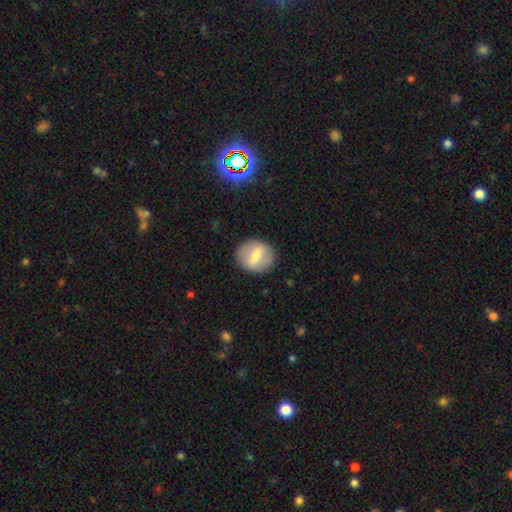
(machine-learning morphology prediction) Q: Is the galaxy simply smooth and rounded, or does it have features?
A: smooth — 55%.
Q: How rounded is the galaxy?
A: round — 73%.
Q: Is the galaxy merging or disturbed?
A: none — 87%.